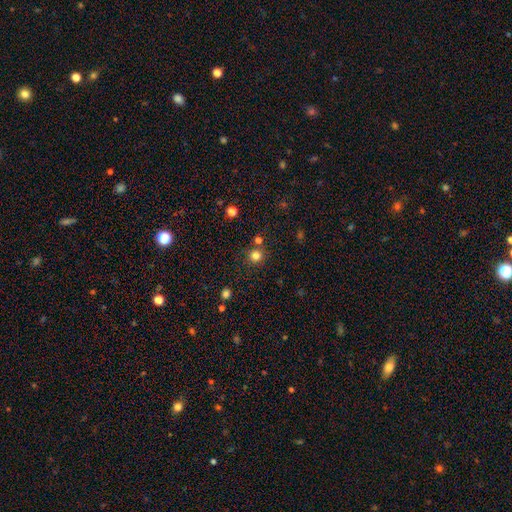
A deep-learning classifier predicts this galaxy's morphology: Smooth or featured? smooth (80%)
How rounded? round (93%)
Merging? none (82%)